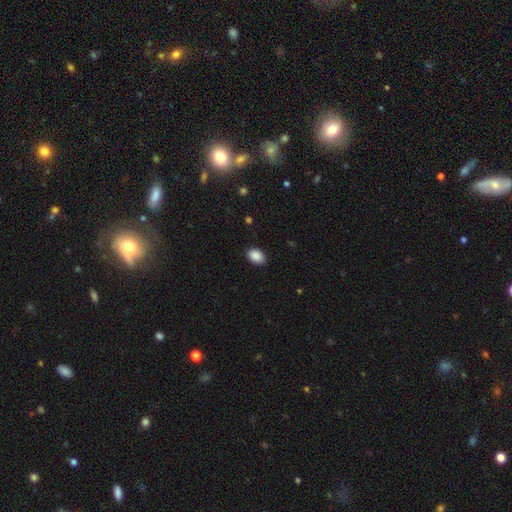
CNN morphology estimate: This appears to be a smooth galaxy with no disk features (90%) that is in between round and cigar-shaped (83%). Merging: none (88%).